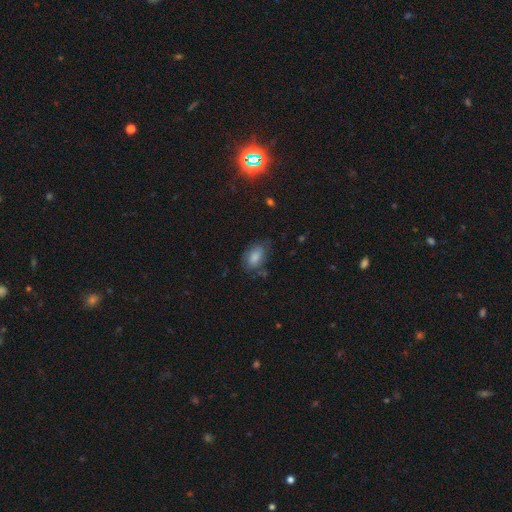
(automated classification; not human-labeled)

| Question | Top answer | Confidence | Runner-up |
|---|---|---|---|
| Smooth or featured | smooth | 66% | featured or disk (18%) |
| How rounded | in between | 87% | round (10%) |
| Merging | none | 64% | minor disturbance (25%) |